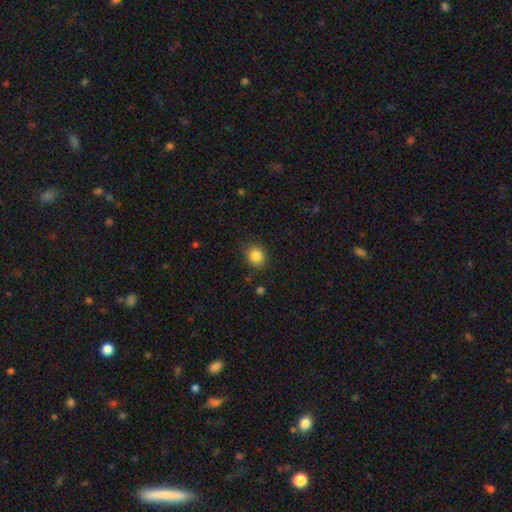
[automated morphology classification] Q: Smooth or featured?
A: smooth (85%); runner-up: star or artifact (10%)
Q: How rounded?
A: round (75%); runner-up: in between (24%)
Q: Merging?
A: none (87%); runner-up: minor disturbance (9%)